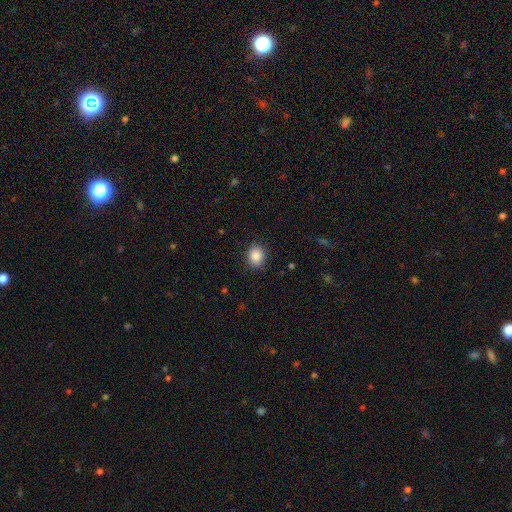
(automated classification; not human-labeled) This appears to be a smooth galaxy with no disk features (88%) that is round (68%). Merging: none (86%).